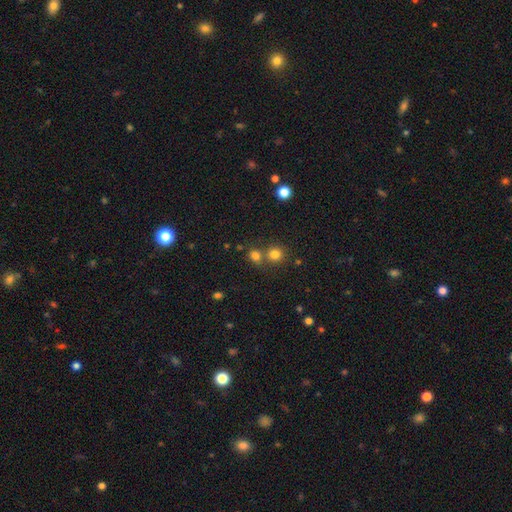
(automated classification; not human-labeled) A smooth galaxy with no disk features (76%) that is round (77%). Merging: none (56%).